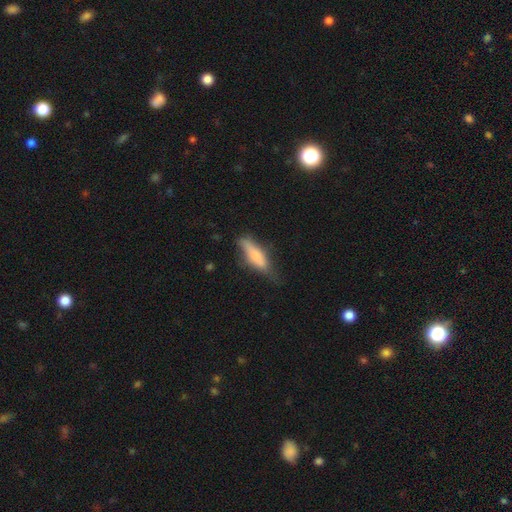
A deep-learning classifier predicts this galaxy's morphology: type=smooth (72%); roundness=cigar-shaped (59%); merging=none (56%).